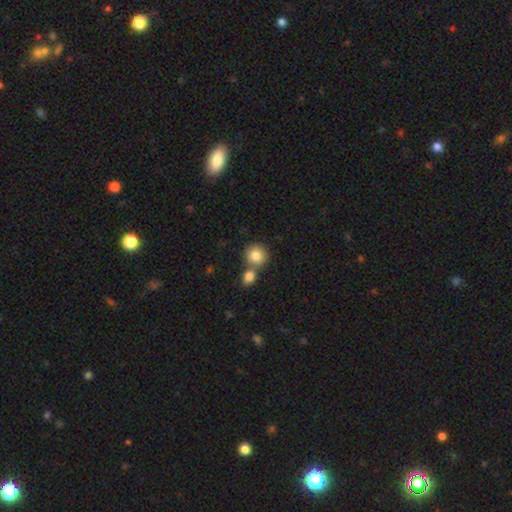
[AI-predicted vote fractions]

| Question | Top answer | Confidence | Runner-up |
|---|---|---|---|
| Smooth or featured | smooth | 82% | featured or disk (9%) |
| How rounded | round | 88% | in between (11%) |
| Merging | none | 54% | merger (37%) |